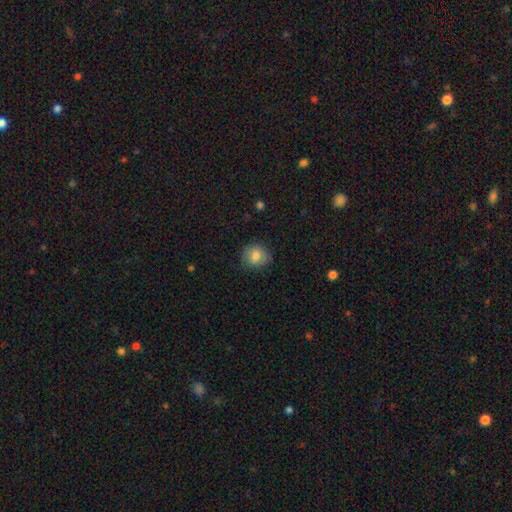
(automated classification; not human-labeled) smooth-or-featured: smooth: 80% | featured or disk: 11% | star or artifact: 9%
  how-rounded: round: 80% | in between: 19% | cigar-shaped: 1%
  merging: none: 79% | minor disturbance: 16% | major disturbance: 4% | merger: 1%